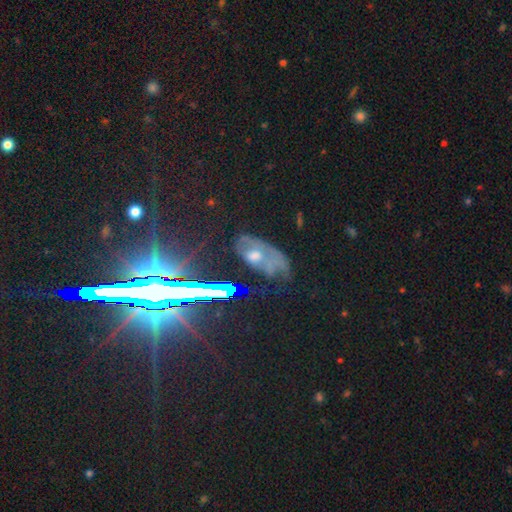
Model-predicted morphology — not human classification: This is possibly a featured or disk galaxy (51%). It is clearly not viewed edge-on (87%). Merging: possibly none (48%).